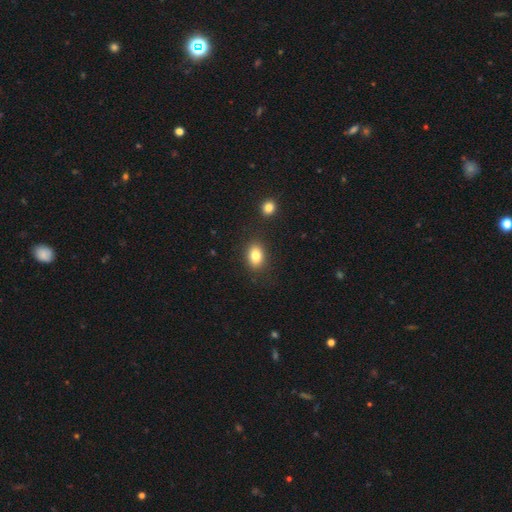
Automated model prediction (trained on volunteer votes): Overall: smooth (83%). How rounded: in between (80%). Merging: none (84%).